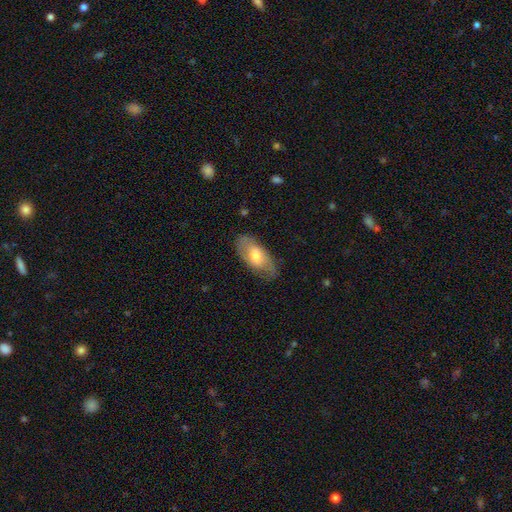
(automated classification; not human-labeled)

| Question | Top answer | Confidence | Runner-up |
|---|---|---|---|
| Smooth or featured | smooth | 51% | featured or disk (43%) |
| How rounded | in between | 90% | cigar-shaped (7%) |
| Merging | none | 71% | minor disturbance (22%) |